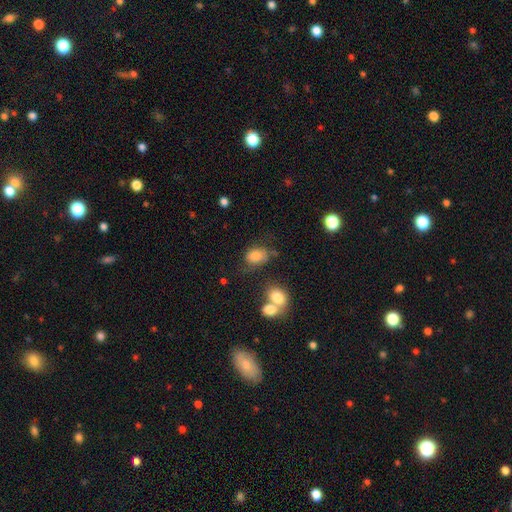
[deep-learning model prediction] Smooth or featured? smooth (77%)
How rounded? in between (77%)
Merging? none (48%)